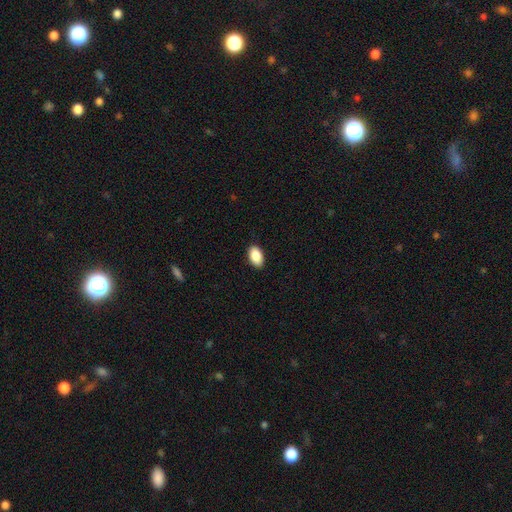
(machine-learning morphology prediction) type=smooth (89%); roundness=in between (94%); merging=none (90%).